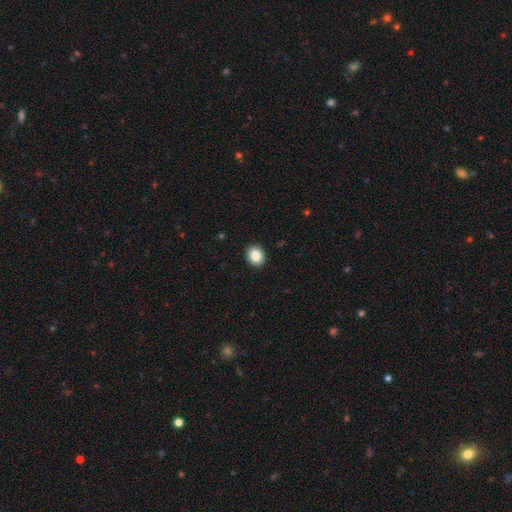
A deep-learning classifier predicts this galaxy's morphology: A smooth galaxy with no disk features (87%) that is round (59%).

Vote fractions:
- Smooth or featured? smooth: 87% / star or artifact: 9% / featured or disk: 4%
- How rounded? round: 59% / in between: 40% / cigar-shaped: 1%
- Merging? none: 92% / minor disturbance: 6% / major disturbance: 2% / merger: 1%